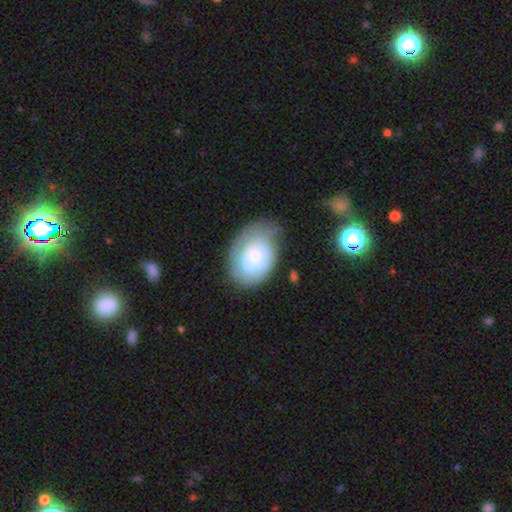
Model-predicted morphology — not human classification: Smooth or featured: featured or disk — 51% (smooth — 42%)
Edge-on disk: no — 97% (yes — 3%)
Merging: none — 41% (minor disturbance — 29%)